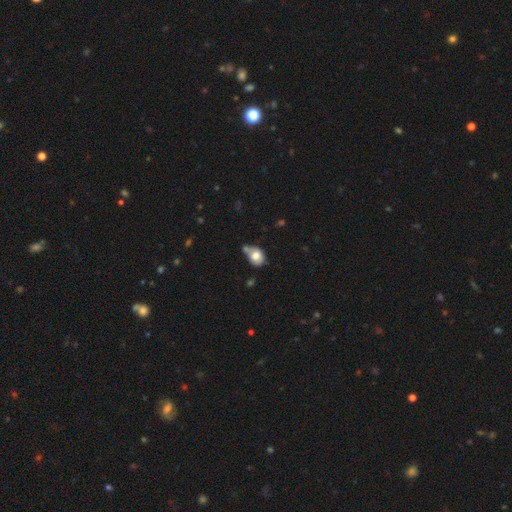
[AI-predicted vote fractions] This appears to be a smooth galaxy with no disk features (76%) that is in between round and cigar-shaped (52%). Merging: none (39%).